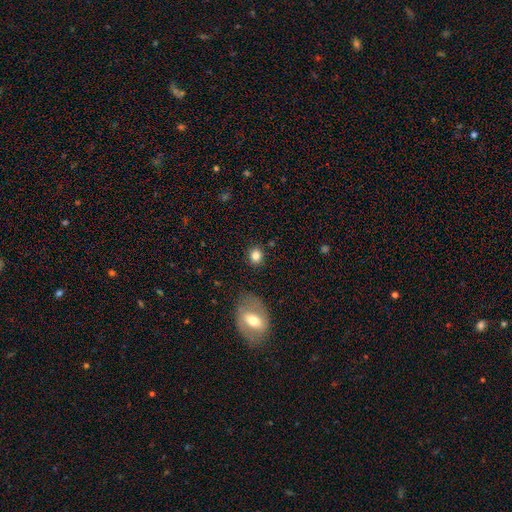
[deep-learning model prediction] This appears to be a smooth galaxy with no disk features (82%) that is round (77%). Merging: none (86%).